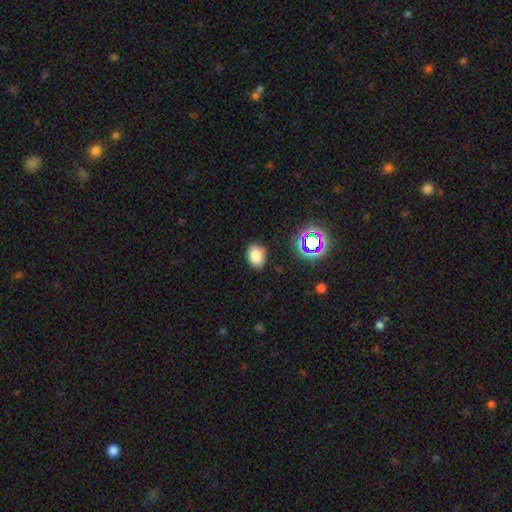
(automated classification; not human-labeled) Q: Smooth or featured?
A: smooth (79%); runner-up: star or artifact (14%)
Q: How rounded?
A: in between (71%); runner-up: round (28%)
Q: Merging?
A: none (83%); runner-up: minor disturbance (13%)